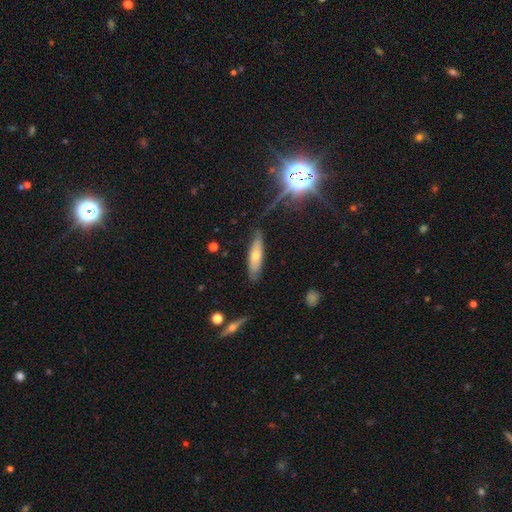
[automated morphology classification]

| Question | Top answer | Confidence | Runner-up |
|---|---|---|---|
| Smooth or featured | smooth | 59% | featured or disk (34%) |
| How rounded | cigar-shaped | 64% | in between (34%) |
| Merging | none | 78% | minor disturbance (17%) |